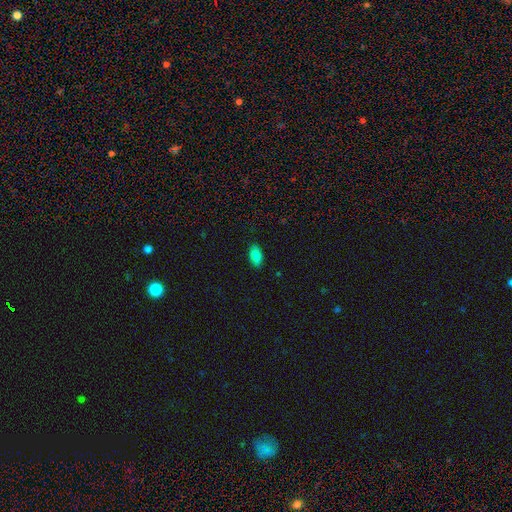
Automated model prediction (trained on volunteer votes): Q: Smooth or featured?
A: smooth (86%); runner-up: star or artifact (9%)
Q: How rounded?
A: in between (93%); runner-up: round (4%)
Q: Merging?
A: none (88%); runner-up: minor disturbance (9%)